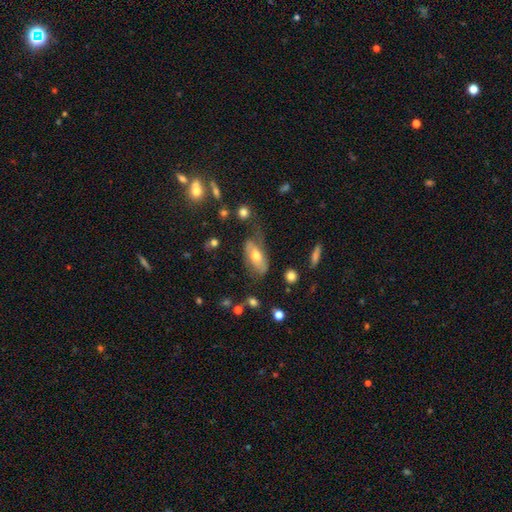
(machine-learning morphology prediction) This is possibly a smooth galaxy (47%). Merging: marginally none (41%).